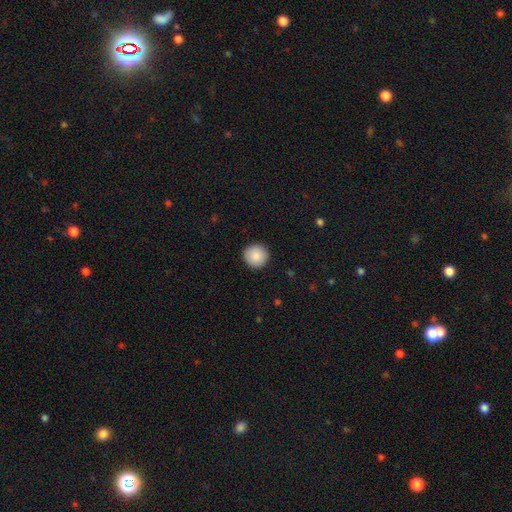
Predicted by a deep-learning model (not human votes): smooth 89%, star or artifact 7%, featured or disk 4%. Down the decision tree: how rounded — round (95%); merging — none (92%).